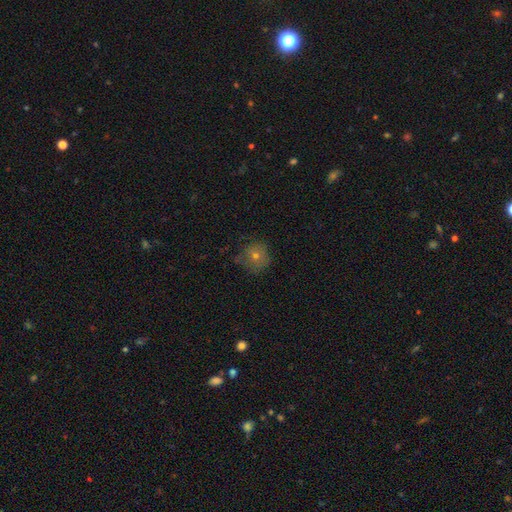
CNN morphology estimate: The model was most divided on "smooth or featured": smooth: 61%, featured or disk: 21%, star or artifact: 18%. More confident: how rounded — round (91%); merging — none (74%).